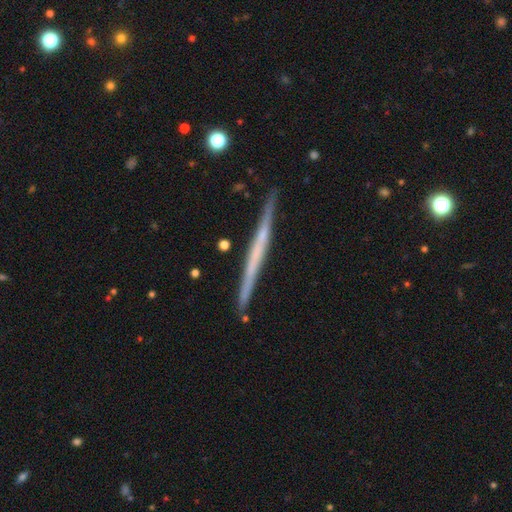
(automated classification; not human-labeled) This is likely a featured or disk galaxy (63%). It is clearly viewed edge-on (98%). Edge-on bulge: clearly none (85%). Merging: clearly none (89%).